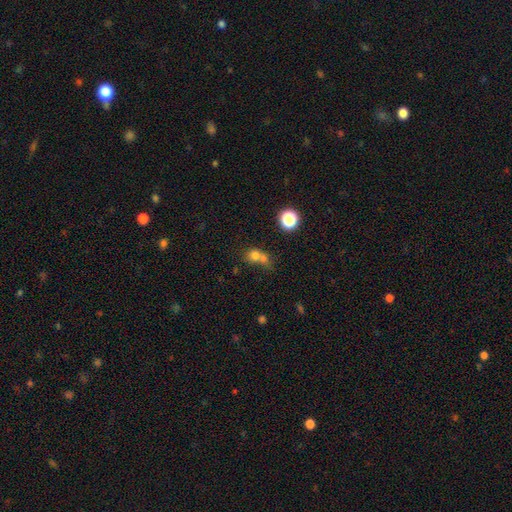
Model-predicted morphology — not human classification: A smooth galaxy with no disk features (71%) that is round (74%). Merging: merger (57%).